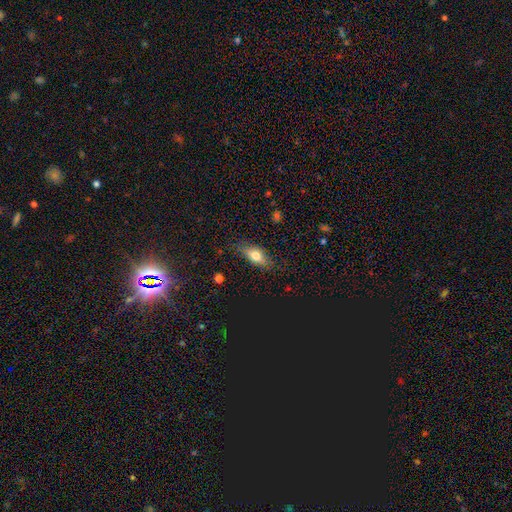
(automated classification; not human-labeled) The model was most divided on "smooth or featured": smooth: 68%, featured or disk: 22%, star or artifact: 10%. More confident: merging — none (80%); how rounded — in between (75%).